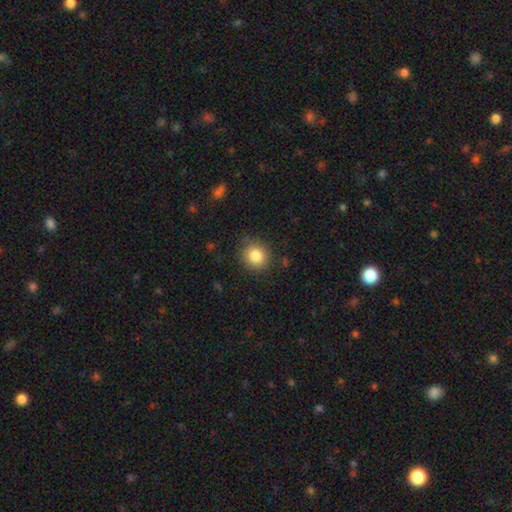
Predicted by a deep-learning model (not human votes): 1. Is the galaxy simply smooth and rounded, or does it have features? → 84% smooth, 10% star or artifact, 6% featured or disk.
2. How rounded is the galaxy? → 87% round, 12% in between, 1% cigar-shaped.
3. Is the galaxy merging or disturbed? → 86% none, 10% minor disturbance, 3% major disturbance, 1% merger.